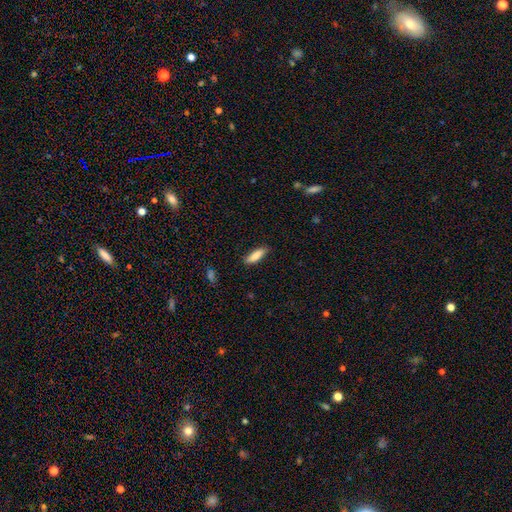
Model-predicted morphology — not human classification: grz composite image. It shows a smooth galaxy with no disk features (85%) that is in between round and cigar-shaped (50%). Merging: none (83%).